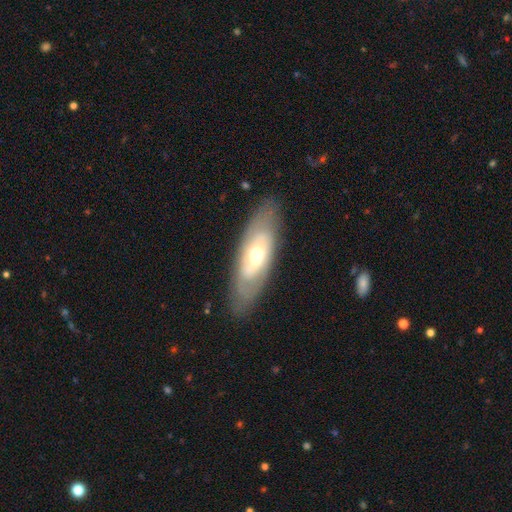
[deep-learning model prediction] Smooth or featured? Predicted: featured or disk (p=0.55). Edge-on disk? Predicted: no (p=0.77). Merging? Predicted: none (p=0.81).